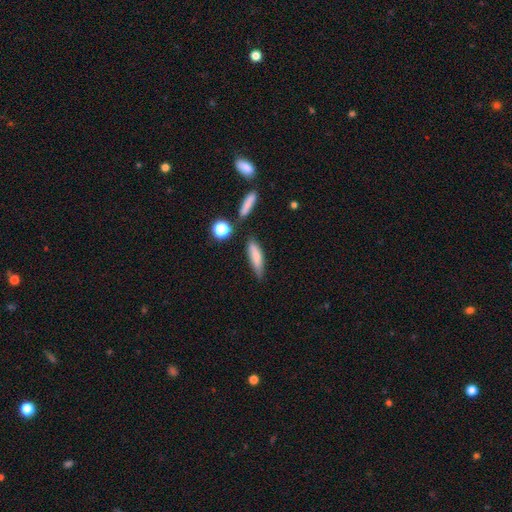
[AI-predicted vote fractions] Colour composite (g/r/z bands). It shows a smooth galaxy with no disk features (78%) that is cigar-shaped (69%). Merging: none (69%).